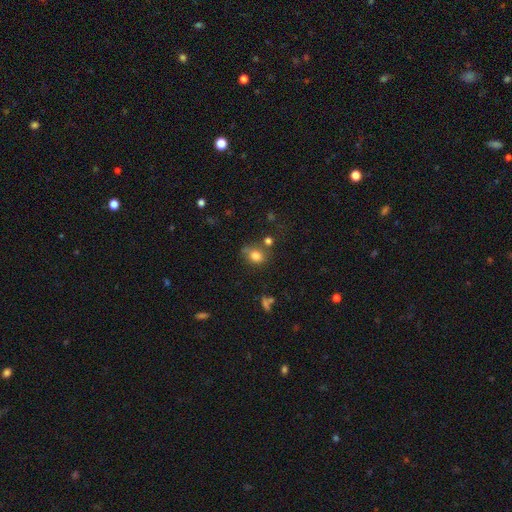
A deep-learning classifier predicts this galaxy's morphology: smooth 79%, star or artifact 12%, featured or disk 9%. Down the decision tree: how rounded — round (60%); merging — none (60%).